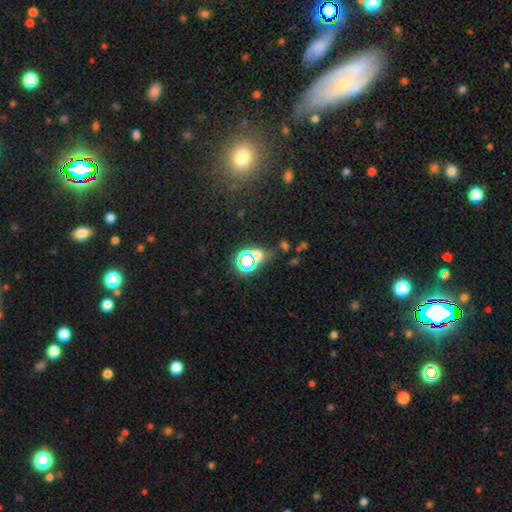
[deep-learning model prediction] This is possibly a star or artifact rather than a galaxy (51%).